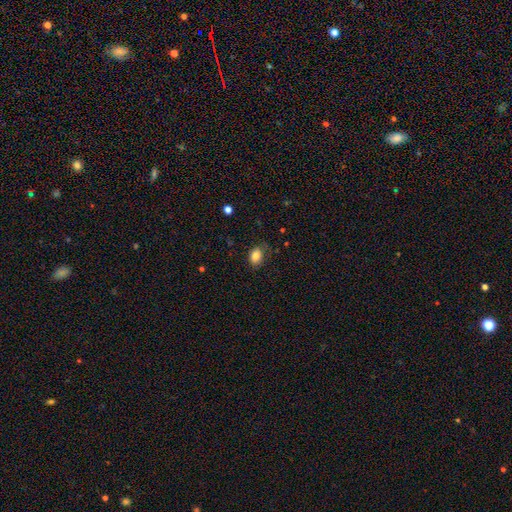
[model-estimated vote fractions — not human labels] Smooth or featured? Predicted: smooth (p=0.83). How rounded? Predicted: in between (p=0.75). Merging? Predicted: none (p=0.71).